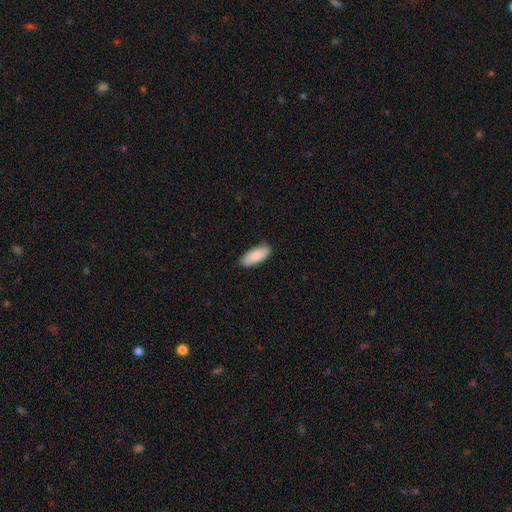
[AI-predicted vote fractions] Smooth or featured?
  - smooth: 86% *
  - featured or disk: 8%
  - star or artifact: 5%
How rounded?
  - in between: 82% *
  - cigar-shaped: 17%
  - round: 2%
Merging?
  - none: 85% *
  - minor disturbance: 12%
  - major disturbance: 2%
  - merger: 1%